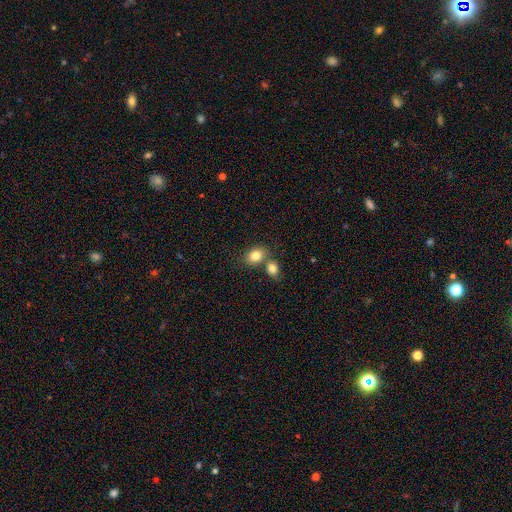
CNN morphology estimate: smooth_or_featured: smooth (p=0.82) [alt: star or artifact p=0.09]
how_rounded: in between (p=0.61) [alt: round p=0.38]
merging: none (p=0.51) [alt: merger p=0.36]